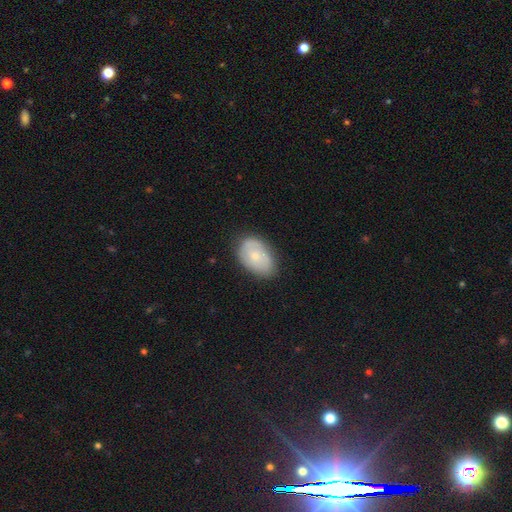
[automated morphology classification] type=smooth (60%); roundness=in between (86%); merging=none (70%).